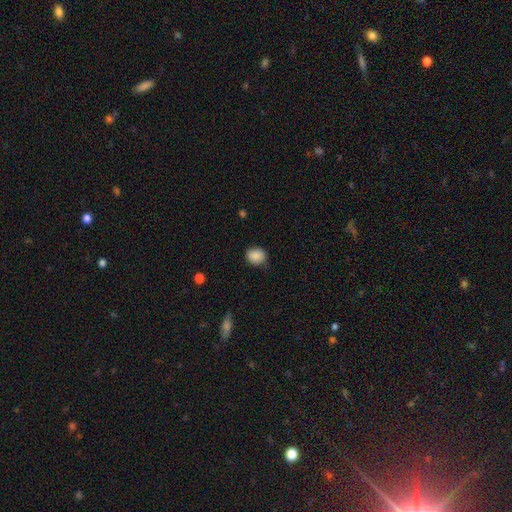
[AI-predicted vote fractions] Smooth or featured? smooth (87%)
How rounded? round (67%)
Merging? none (78%)